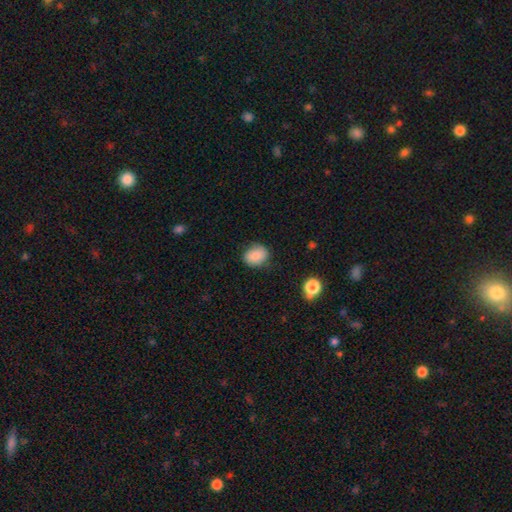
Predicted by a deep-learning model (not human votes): smooth-or-featured: smooth: 86% | star or artifact: 9% | featured or disk: 5%
  how-rounded: round: 50% | in between: 49% | cigar-shaped: 1%
  merging: none: 79% | minor disturbance: 16% | major disturbance: 4% | merger: 2%